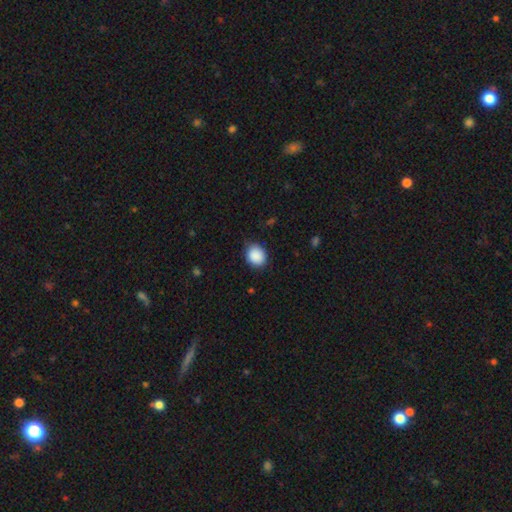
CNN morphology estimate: type=smooth (90%); roundness=round (66%); merging=none (84%).